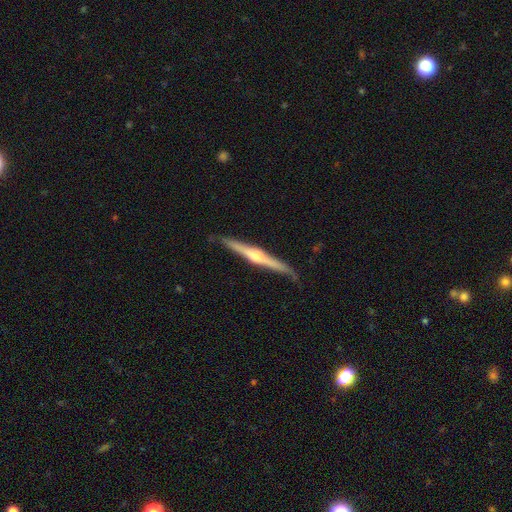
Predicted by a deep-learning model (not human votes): featured or disk 79%, smooth 17%, star or artifact 5%. Down the decision tree: edge-on disk — yes (98%); edge-on bulge — rounded (85%); merging — none (84%).